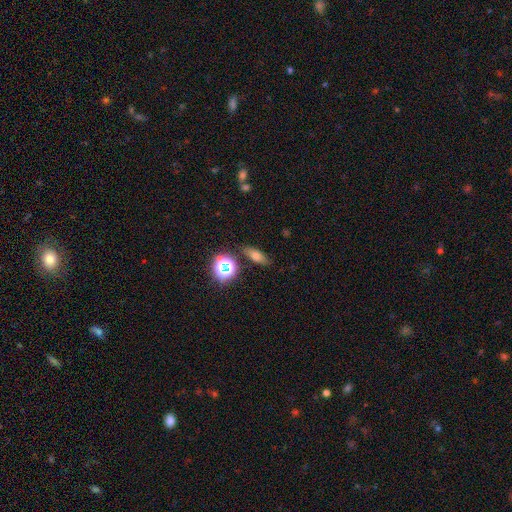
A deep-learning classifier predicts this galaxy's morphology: smooth_or_featured: smooth (p=0.65) [alt: featured or disk p=0.18]
how_rounded: in between (p=0.55) [alt: cigar-shaped p=0.30]
merging: none (p=0.81) [alt: minor disturbance p=0.11]